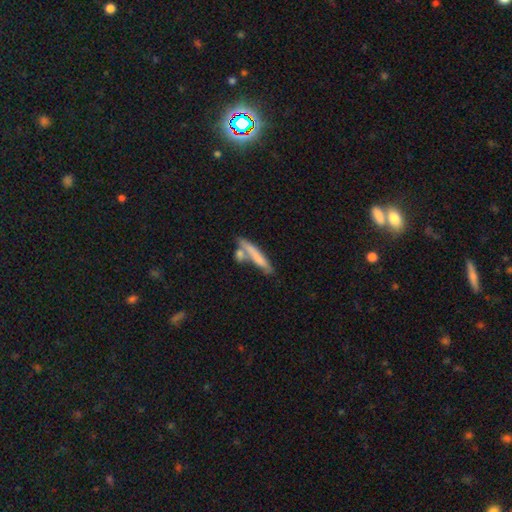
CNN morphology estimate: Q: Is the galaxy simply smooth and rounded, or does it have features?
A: smooth — 65%.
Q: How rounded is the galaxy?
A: cigar-shaped — 87%.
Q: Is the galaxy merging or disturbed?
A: none — 54%.